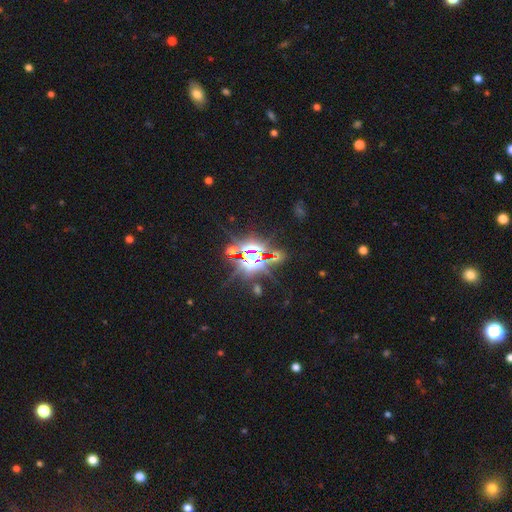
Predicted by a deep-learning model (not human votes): The model was most divided on "smooth or featured": star or artifact: 83%, featured or disk: 9%, smooth: 8%.